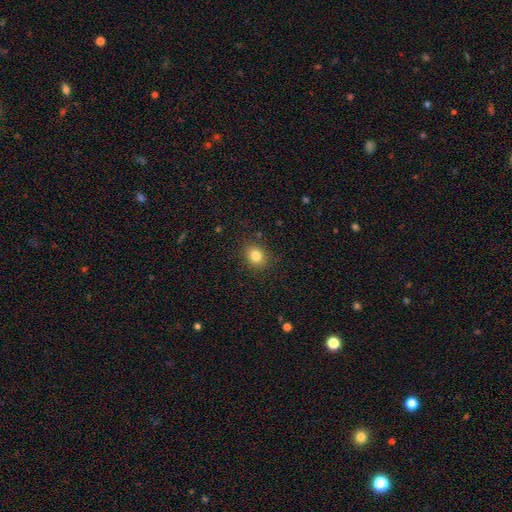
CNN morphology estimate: smooth-or-featured: smooth: 83% | star or artifact: 11% | featured or disk: 6%
  how-rounded: round: 63% | in between: 36% | cigar-shaped: 1%
  merging: none: 88% | minor disturbance: 9% | major disturbance: 3% | merger: 1%